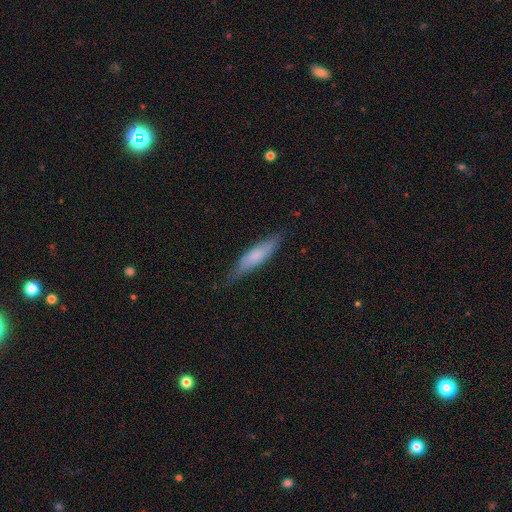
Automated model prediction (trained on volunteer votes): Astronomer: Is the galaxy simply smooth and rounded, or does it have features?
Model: smooth — 69%.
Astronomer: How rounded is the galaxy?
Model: cigar-shaped — 78%.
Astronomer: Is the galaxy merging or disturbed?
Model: none — 77%.